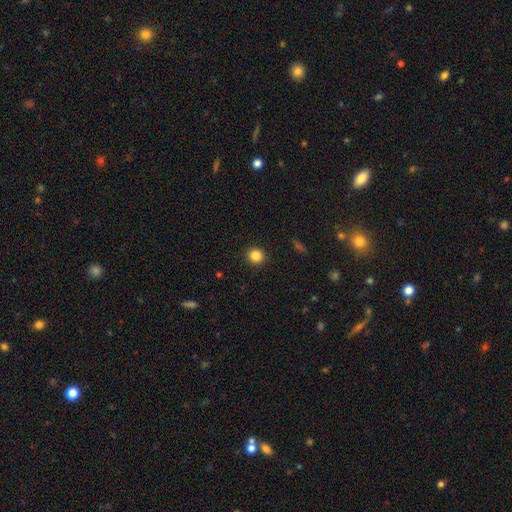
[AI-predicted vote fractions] smooth-or-featured: smooth: 84% | star or artifact: 11% | featured or disk: 5%
  how-rounded: round: 92% | in between: 7% | cigar-shaped: 1%
  merging: none: 92% | minor disturbance: 5% | major disturbance: 2% | merger: 1%